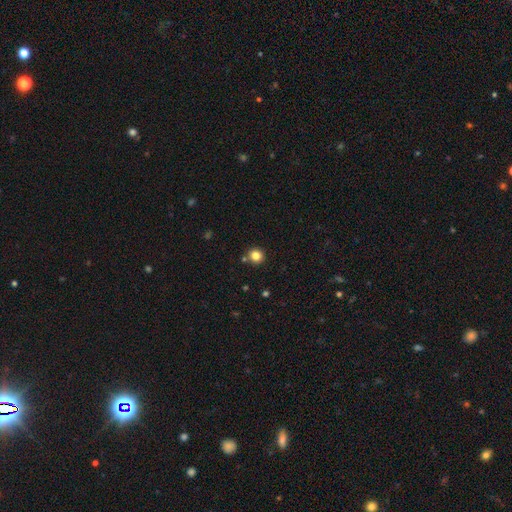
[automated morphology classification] This is clearly a smooth galaxy (82%). How rounded: clearly round (92%). Merging: clearly none (85%).